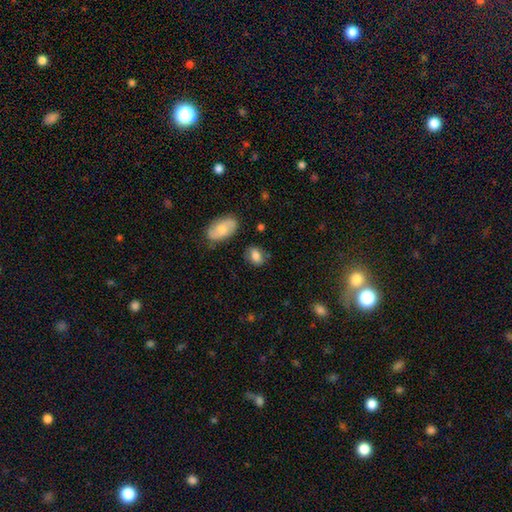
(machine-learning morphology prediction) smooth 80%, featured or disk 12%, star or artifact 8%. Down the decision tree: how rounded — in between (79%); merging — none (76%).